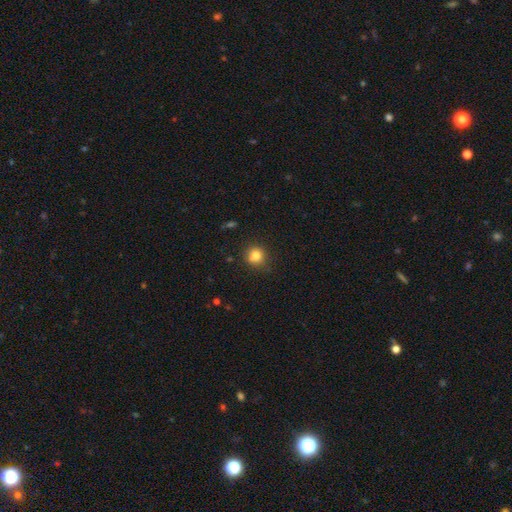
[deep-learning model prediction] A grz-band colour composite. It shows a smooth galaxy with no disk features (81%) that is round (87%). Merging: none (78%).